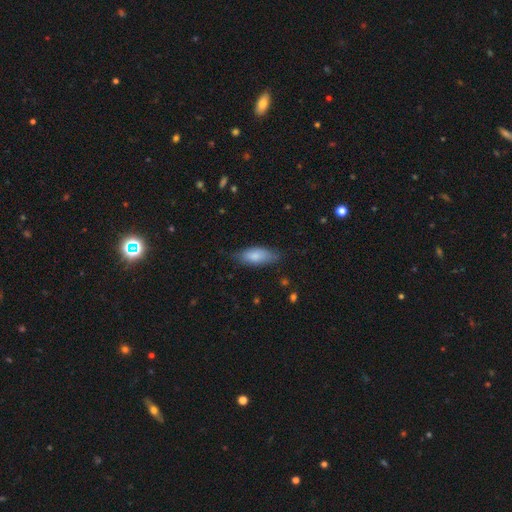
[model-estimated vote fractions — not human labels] Smooth or featured: smooth — 82% (featured or disk — 13%)
How rounded: in between — 80% (cigar-shaped — 18%)
Merging: none — 73% (minor disturbance — 22%)